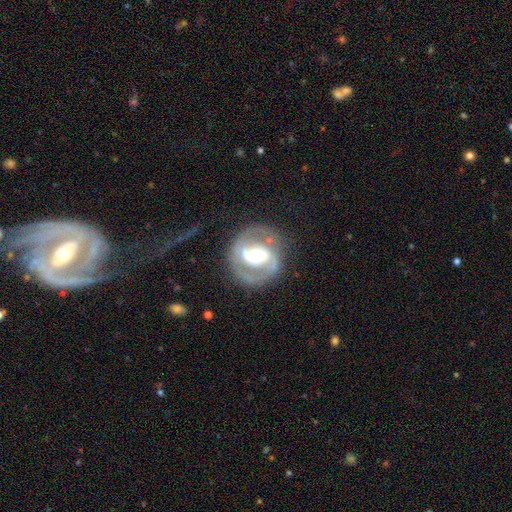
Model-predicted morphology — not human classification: This is clearly a featured or disk galaxy (83%). It is clearly not viewed edge-on (97%). Bar: marginally weak (38%). Spiral arm pattern: clearly yes (87%). Spiral arm count: clearly 2 (88%). Spiral winding: possibly medium (49%). Central bulge: likely moderate (62%). Merging: likely none (78%).